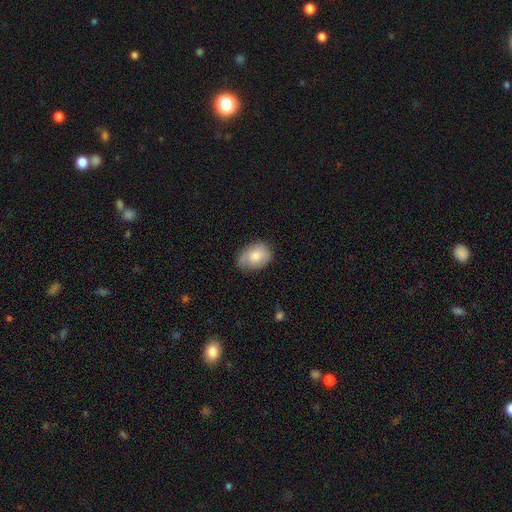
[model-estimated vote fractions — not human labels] A smooth galaxy with no disk features (77%) that is in between round and cigar-shaped (72%). Merging: none (61%).